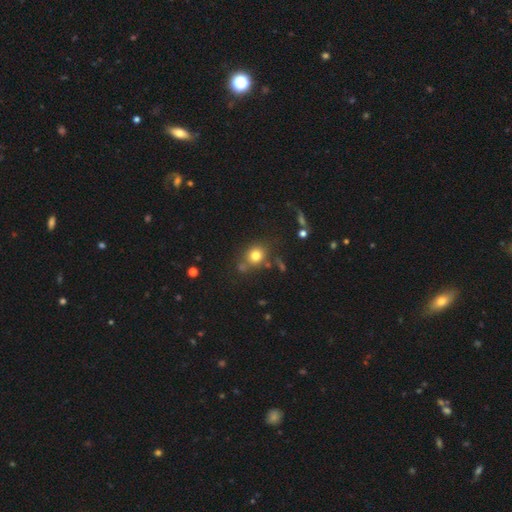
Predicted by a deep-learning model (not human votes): This is likely a smooth galaxy (77%). How rounded: likely round (76%). Merging: likely none (71%).